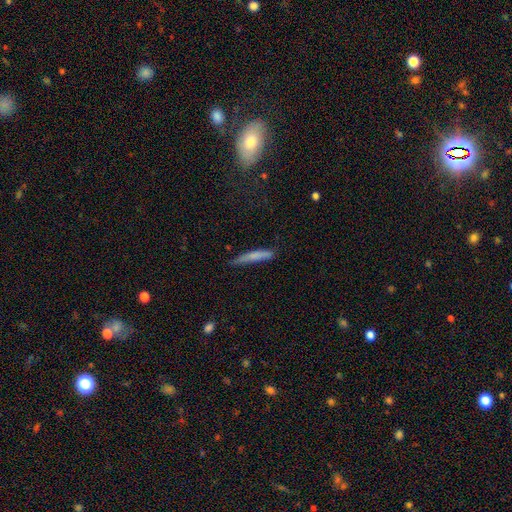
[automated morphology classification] This is likely a smooth galaxy (69%). How rounded: clearly cigar-shaped (94%). Merging: likely none (71%).